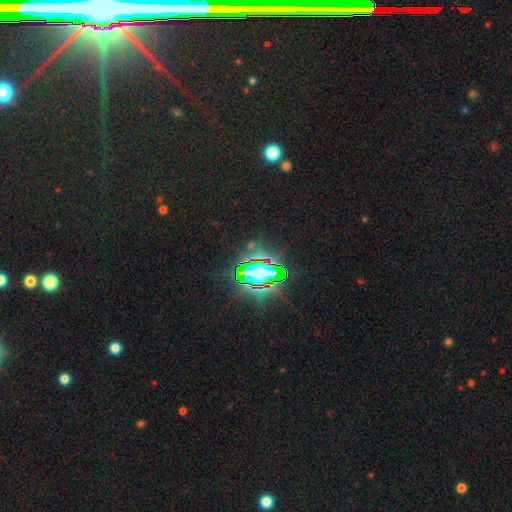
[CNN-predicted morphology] smooth-or-featured: star or artifact: 83% | smooth: 9% | featured or disk: 7%